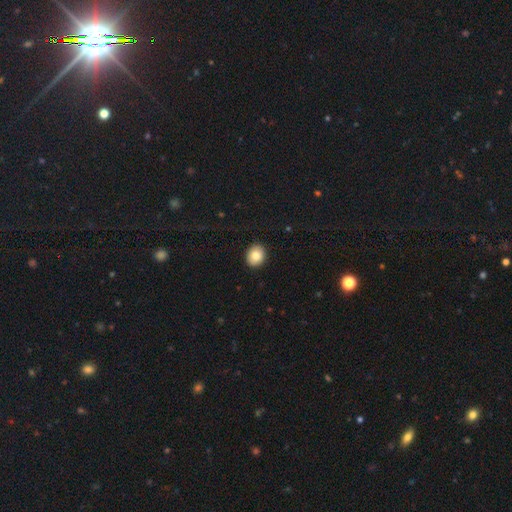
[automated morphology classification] This is clearly a smooth galaxy (84%). How rounded: possibly round (59%). Merging: clearly none (91%).